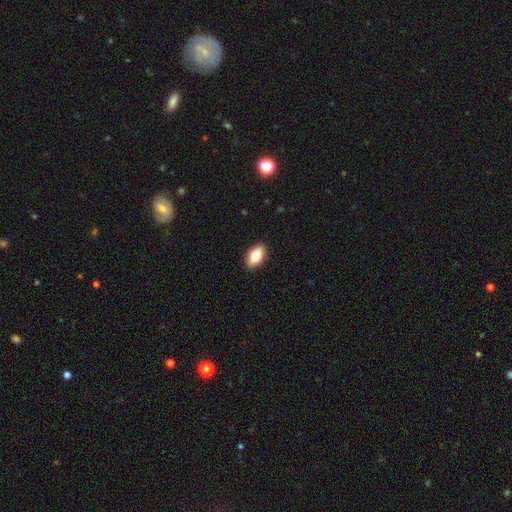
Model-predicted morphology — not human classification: smooth_or_featured: smooth (p=0.79) [alt: featured or disk p=0.14]
how_rounded: in between (p=0.90) [alt: round p=0.06]
merging: none (p=0.89) [alt: minor disturbance p=0.08]